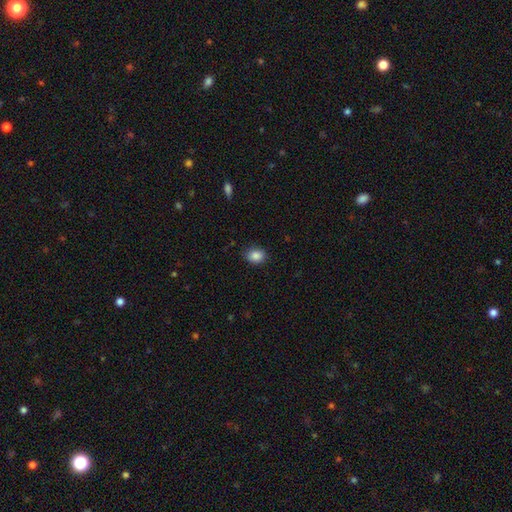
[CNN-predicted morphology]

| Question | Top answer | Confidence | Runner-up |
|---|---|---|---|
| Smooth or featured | smooth | 87% | star or artifact (9%) |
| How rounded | in between | 55% | round (44%) |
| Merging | none | 86% | minor disturbance (10%) |